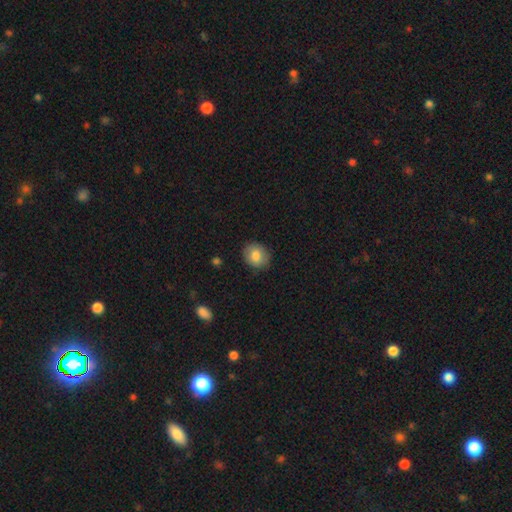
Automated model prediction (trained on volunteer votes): Overall: smooth (82%). How rounded: round (67%; in between 32%). Merging: none (87%).